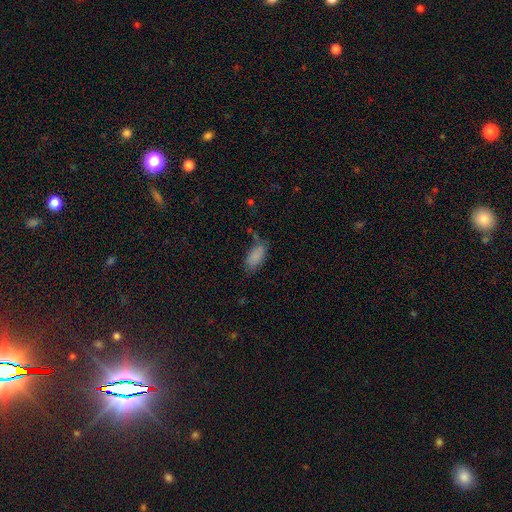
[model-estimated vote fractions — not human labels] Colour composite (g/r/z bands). It shows a smooth galaxy with no disk features (84%) that is in between round and cigar-shaped (92%). Merging: none (56%).